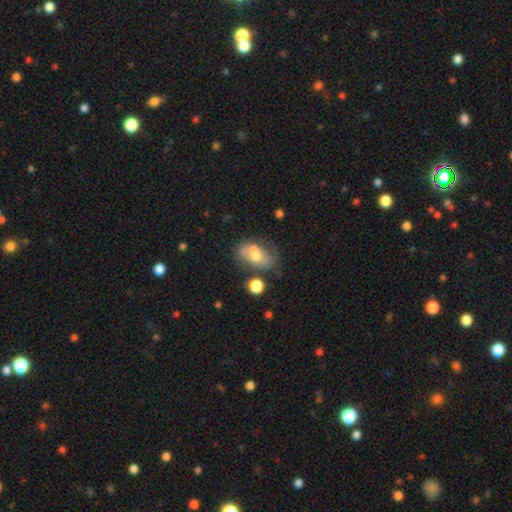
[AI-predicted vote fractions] smooth 50%, featured or disk 39%, star or artifact 12%. Down the decision tree: merging — none (37%).